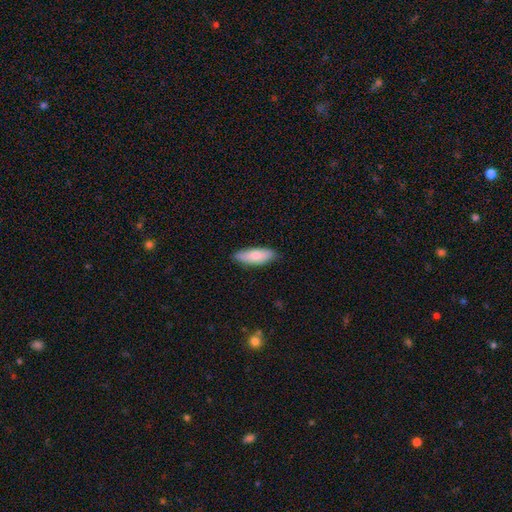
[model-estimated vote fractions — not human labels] smooth_or_featured: smooth (p=0.78) [alt: featured or disk p=0.16]
how_rounded: in between (p=0.64) [alt: cigar-shaped p=0.34]
merging: none (p=0.83) [alt: minor disturbance p=0.14]